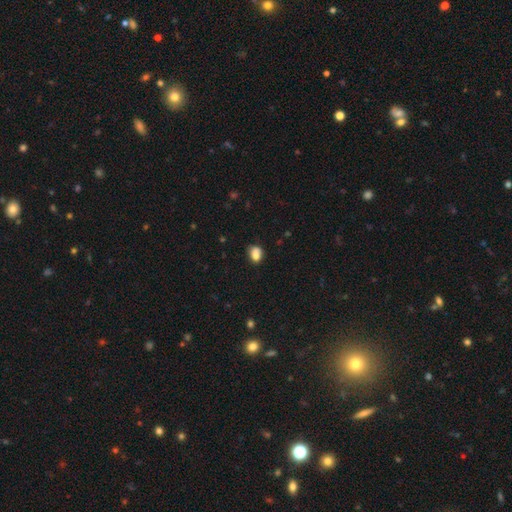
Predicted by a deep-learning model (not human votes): Smooth or featured: smooth — 81% (star or artifact — 11%)
How rounded: in between — 57% (round — 42%)
Merging: none — 56% (minor disturbance — 22%)